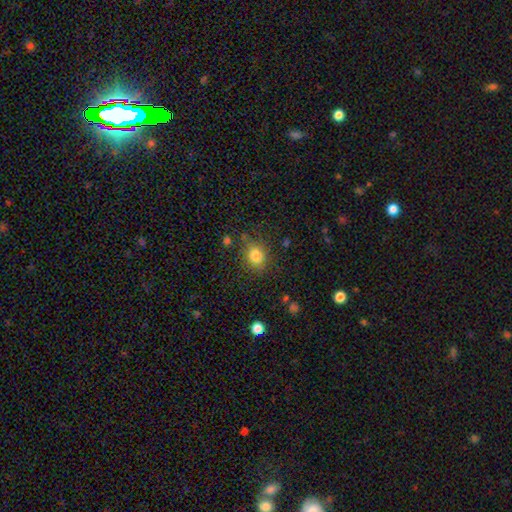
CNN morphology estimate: A smooth galaxy with no disk features (81%) that is round (61%). Merging: none (77%).